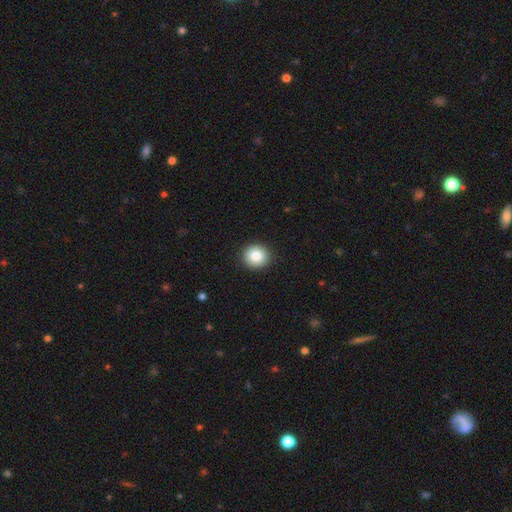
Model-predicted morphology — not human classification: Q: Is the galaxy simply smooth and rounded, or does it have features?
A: smooth — 85%.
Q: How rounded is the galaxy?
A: round — 91%.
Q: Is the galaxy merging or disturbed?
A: none — 92%.